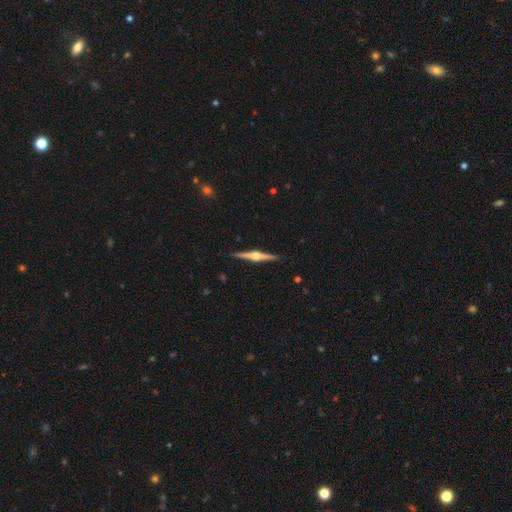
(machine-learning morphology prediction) A featured or disk galaxy (85%) viewed edge-on (99%) with a rounded central bulge (95%). Merging: none (91%).